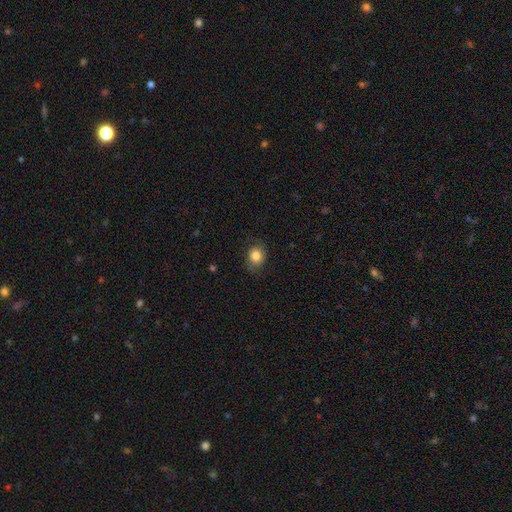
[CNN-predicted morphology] Smooth or featured? Predicted: smooth (p=0.75). How rounded? Predicted: round (p=0.58). Merging? Predicted: none (p=0.75).